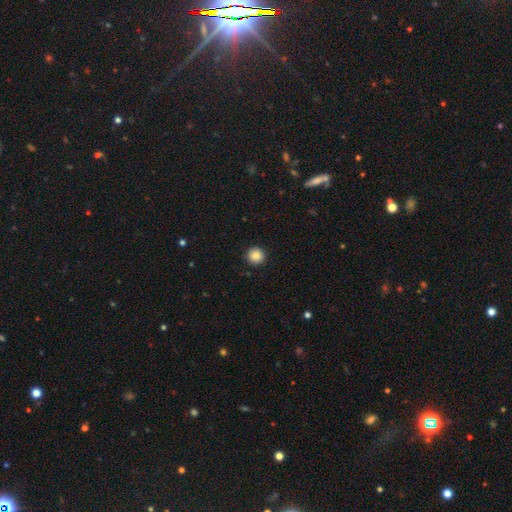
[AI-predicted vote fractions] smooth_or_featured: smooth (p=0.86) [alt: star or artifact p=0.09]
how_rounded: round (p=0.95) [alt: in between p=0.04]
merging: none (p=0.92) [alt: minor disturbance p=0.05]